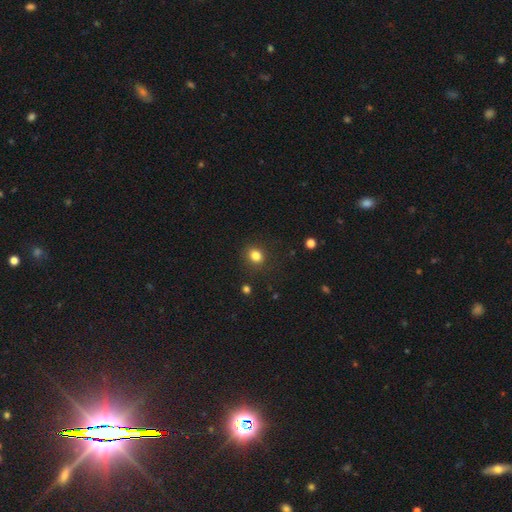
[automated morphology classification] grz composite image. It shows a smooth galaxy with no disk features (83%) that is round (67%). Merging: none (87%).